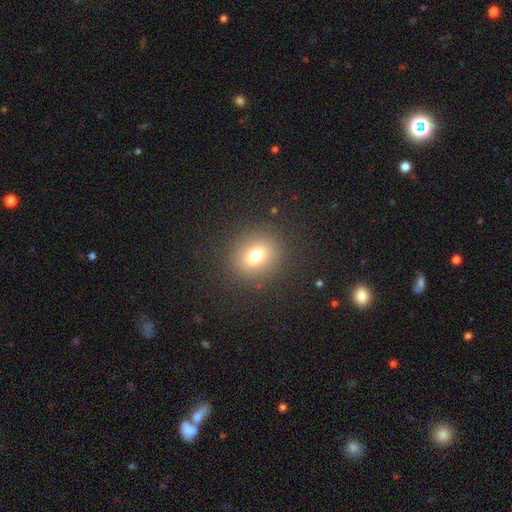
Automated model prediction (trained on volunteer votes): Smooth or featured? Predicted: smooth (p=0.73). How rounded? Predicted: round (p=0.71). Merging? Predicted: none (p=0.87).